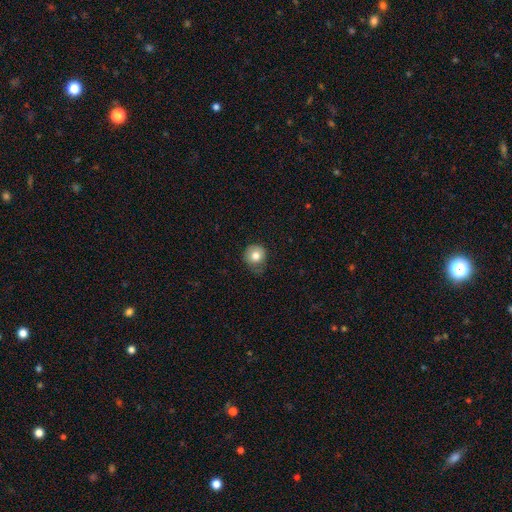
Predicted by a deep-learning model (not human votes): Q: Smooth or featured?
A: smooth (79%); runner-up: featured or disk (11%)
Q: How rounded?
A: round (86%); runner-up: in between (13%)
Q: Merging?
A: none (56%); runner-up: minor disturbance (32%)